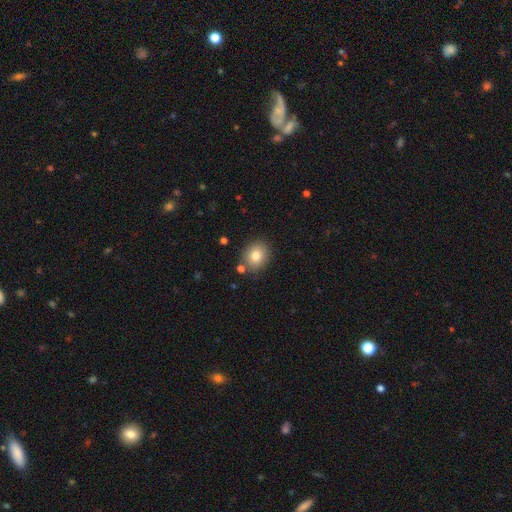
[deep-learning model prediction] This is clearly a smooth galaxy (81%). How rounded: likely round (61%). Merging: clearly none (81%).